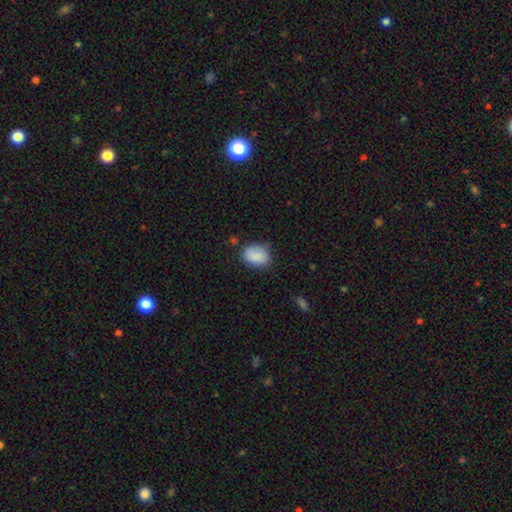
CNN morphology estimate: Overall: smooth (87%). How rounded: in between (76%). Merging: none (73%).